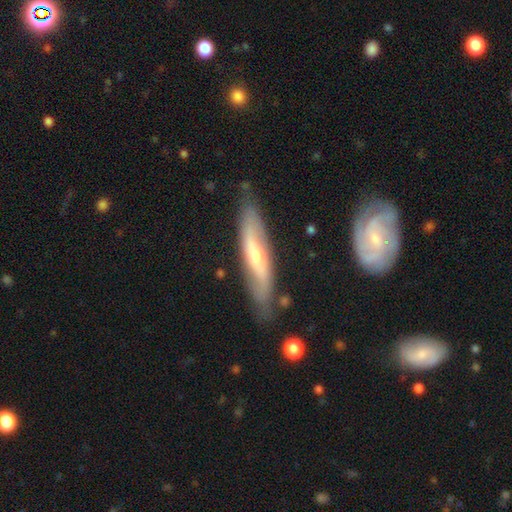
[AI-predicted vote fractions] The model was most divided on "edge-on disk": no: 53%, yes: 47%. More confident: merging — none (74%); smooth or featured — featured or disk (67%).